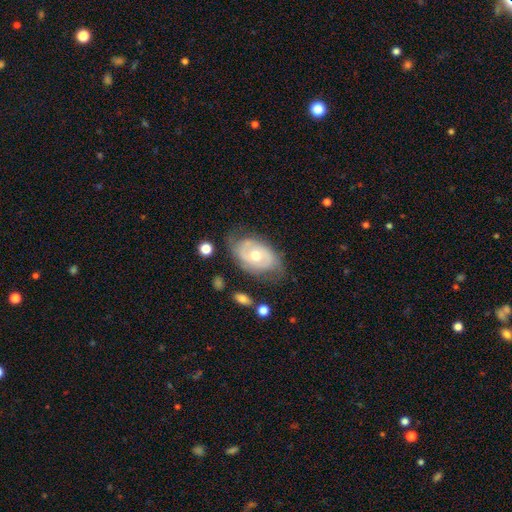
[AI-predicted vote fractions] featured or disk 62%, smooth 32%, star or artifact 6%. Down the decision tree: edge-on disk — no (93%); bar — no (78%); spiral arms — yes (59%); bulge size — moderate (73%); merging — none (60%).